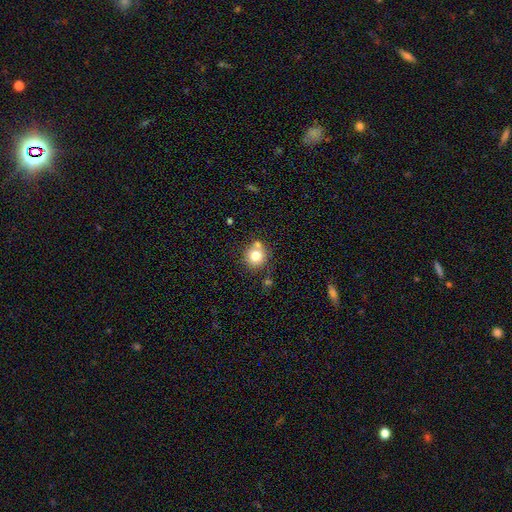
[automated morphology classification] This is likely a smooth galaxy (77%). How rounded: clearly round (89%). Merging: likely none (68%).